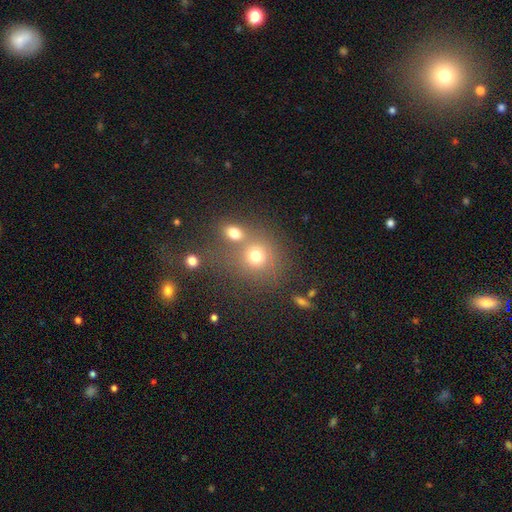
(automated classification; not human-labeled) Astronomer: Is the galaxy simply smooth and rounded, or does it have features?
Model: smooth — 72%.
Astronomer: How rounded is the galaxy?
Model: round — 82%.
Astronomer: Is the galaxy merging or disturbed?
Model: none — 53% (runner-up: merger, 33%).